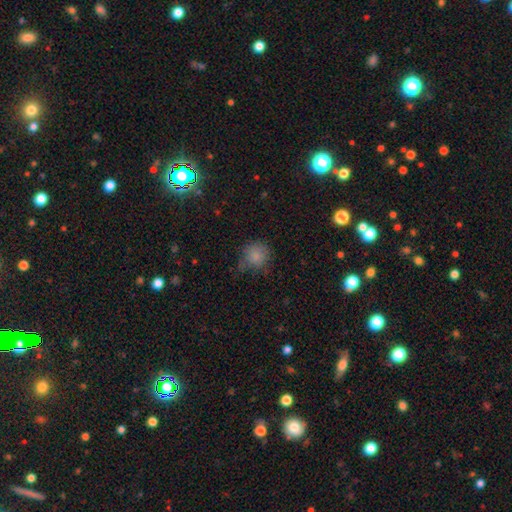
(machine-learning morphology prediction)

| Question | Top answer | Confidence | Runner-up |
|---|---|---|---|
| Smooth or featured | smooth | 82% | star or artifact (11%) |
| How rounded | round | 85% | in between (14%) |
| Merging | none | 58% | minor disturbance (29%) |